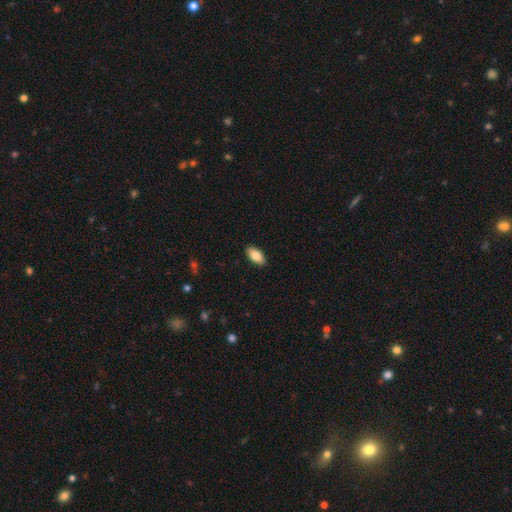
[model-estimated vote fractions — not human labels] Smooth or featured?
  - smooth: 82% *
  - featured or disk: 11%
  - star or artifact: 7%
How rounded?
  - in between: 93% *
  - cigar-shaped: 5%
  - round: 3%
Merging?
  - none: 90% *
  - minor disturbance: 7%
  - major disturbance: 2%
  - merger: 1%